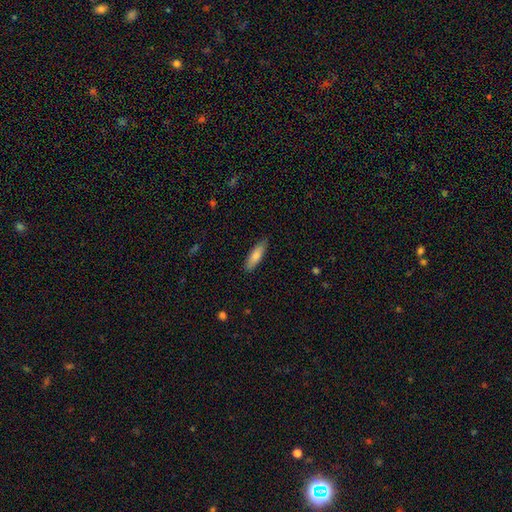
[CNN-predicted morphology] Smooth or featured?
  - smooth: 81% *
  - featured or disk: 14%
  - star or artifact: 6%
How rounded?
  - cigar-shaped: 58% *
  - in between: 40%
  - round: 2%
Merging?
  - none: 87% *
  - minor disturbance: 10%
  - major disturbance: 2%
  - merger: 1%